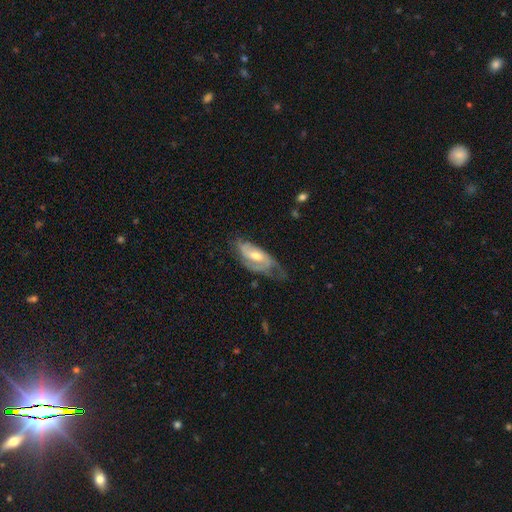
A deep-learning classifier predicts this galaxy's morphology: Q: Smooth or featured?
A: featured or disk (74%); runner-up: smooth (21%)
Q: Edge-on disk?
A: no (91%); runner-up: yes (9%)
Q: Bar?
A: no (49%); runner-up: weak (38%)
Q: Spiral arms?
A: yes (88%); runner-up: no (12%)
Q: Spiral winding?
A: medium (41%); runner-up: tight (38%)
Q: Spiral arm count?
A: 2 (58%); runner-up: can't tell (21%)
Q: Bulge size?
A: moderate (65%); runner-up: small (28%)
Q: Merging?
A: none (46%); runner-up: minor disturbance (31%)